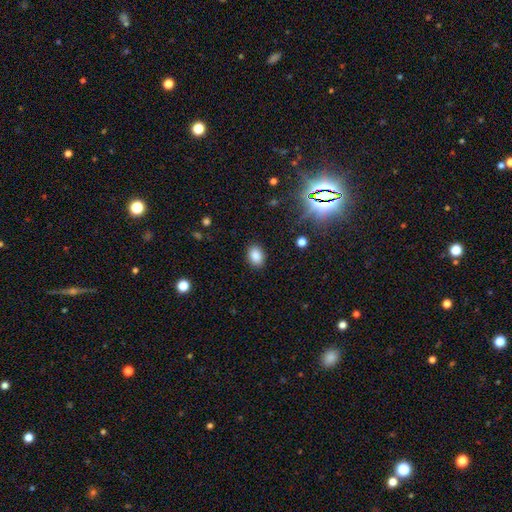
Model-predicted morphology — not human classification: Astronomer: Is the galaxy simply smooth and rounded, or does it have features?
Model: smooth — 84%.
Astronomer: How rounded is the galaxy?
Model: in between — 75%.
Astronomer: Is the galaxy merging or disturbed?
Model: none — 89%.